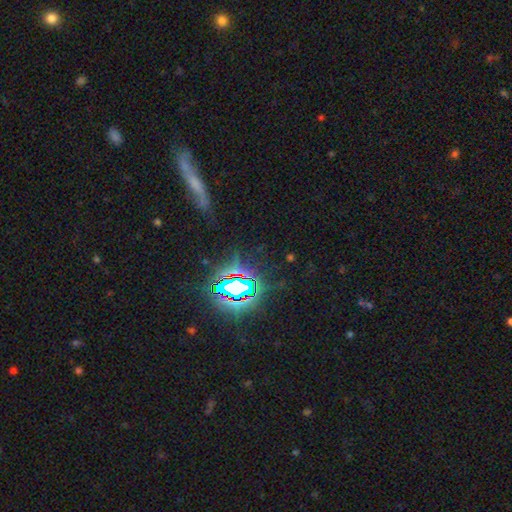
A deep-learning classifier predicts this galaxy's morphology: Overall: star or artifact (73%).